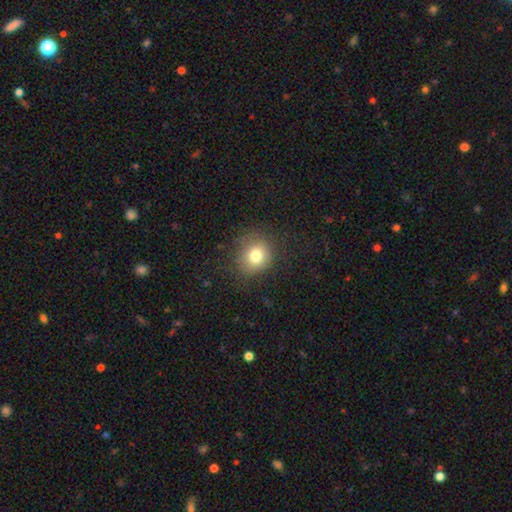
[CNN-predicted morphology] This is likely a smooth galaxy (77%). How rounded: clearly round (81%). Merging: likely none (79%).